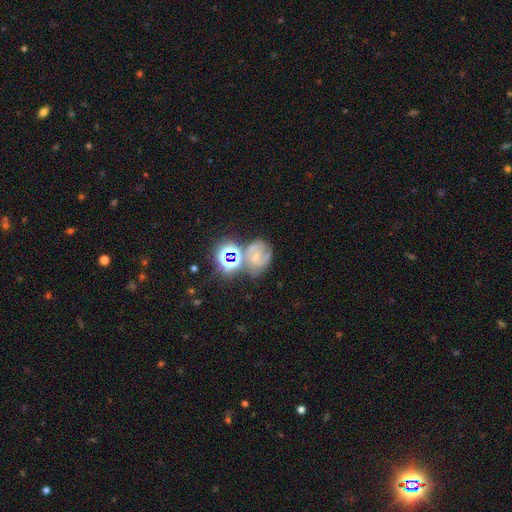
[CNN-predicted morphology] This appears to be a featured or disk galaxy (56%) with no bar (53%), spiral arms (86%) and a small central bulge (59%). Merging: none (47%).